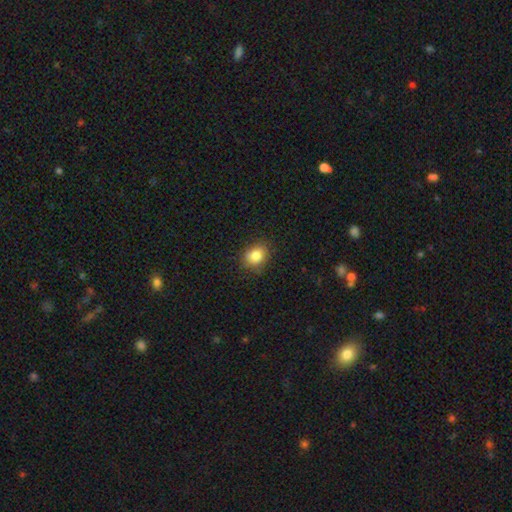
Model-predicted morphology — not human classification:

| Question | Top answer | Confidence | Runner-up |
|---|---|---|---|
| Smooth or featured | smooth | 83% | star or artifact (11%) |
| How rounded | round | 57% | in between (42%) |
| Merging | none | 82% | minor disturbance (14%) |